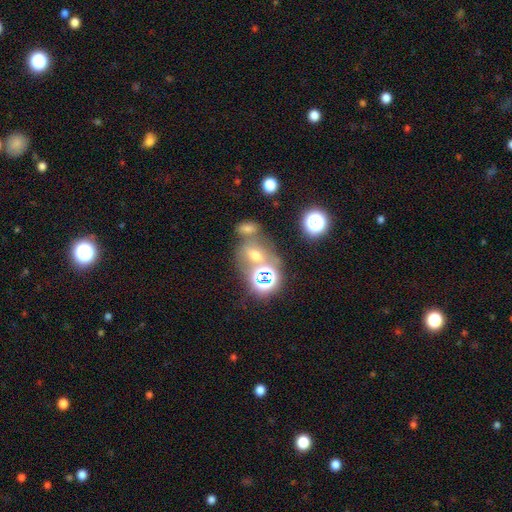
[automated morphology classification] This is possibly a smooth galaxy (47%). Merging: possibly none (48%).